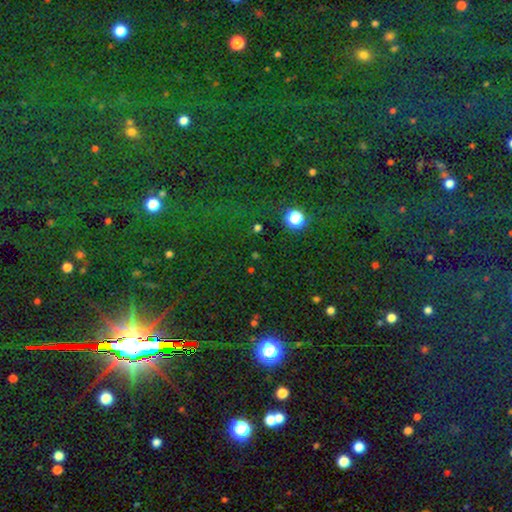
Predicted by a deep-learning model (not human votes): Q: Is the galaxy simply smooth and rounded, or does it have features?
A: star or artifact — 65%.